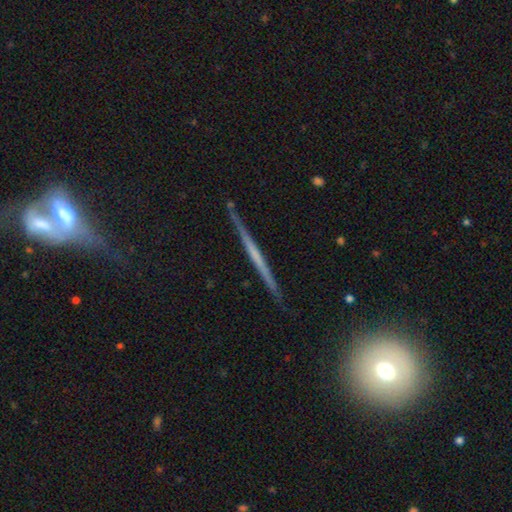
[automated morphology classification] Q: Smooth or featured?
A: featured or disk (65%); runner-up: smooth (27%)
Q: Edge-on disk?
A: yes (98%); runner-up: no (2%)
Q: Edge-on bulge?
A: none (82%); runner-up: rounded (11%)
Q: Merging?
A: none (89%); runner-up: minor disturbance (8%)